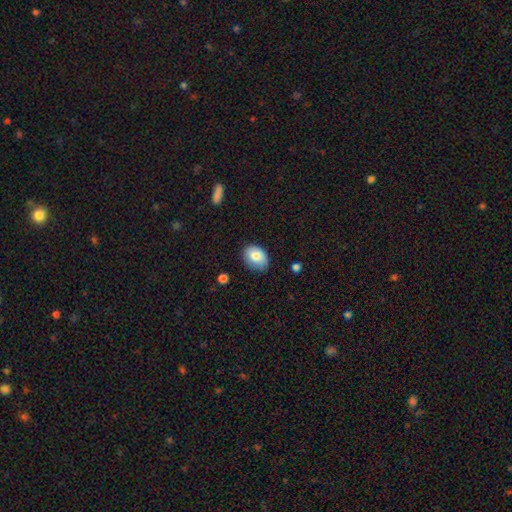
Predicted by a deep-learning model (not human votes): Smooth or featured?
  - smooth: 82% *
  - featured or disk: 11%
  - star or artifact: 8%
How rounded?
  - in between: 75% *
  - round: 24%
  - cigar-shaped: 1%
Merging?
  - none: 68% *
  - minor disturbance: 26%
  - major disturbance: 4%
  - merger: 1%